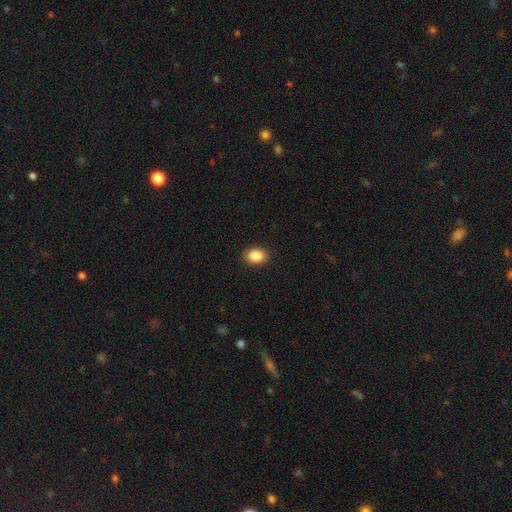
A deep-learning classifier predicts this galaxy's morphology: A smooth galaxy with no disk features (88%) that is in between round and cigar-shaped (75%). Merging: none (89%).